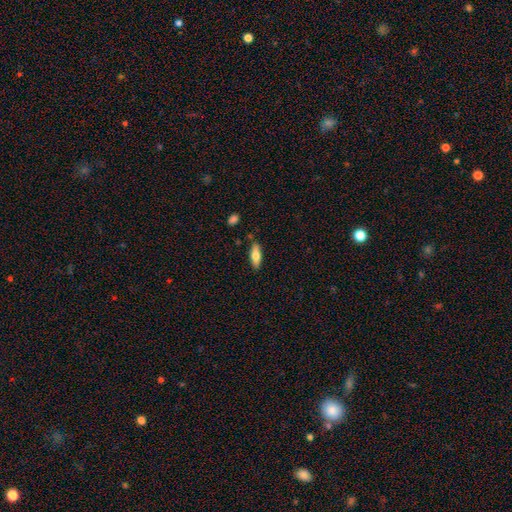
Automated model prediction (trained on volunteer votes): Smooth or featured?
  - smooth: 67% *
  - featured or disk: 27%
  - star or artifact: 6%
How rounded?
  - in between: 59% *
  - cigar-shaped: 38%
  - round: 2%
Merging?
  - none: 83% *
  - minor disturbance: 12%
  - merger: 3%
  - major disturbance: 2%